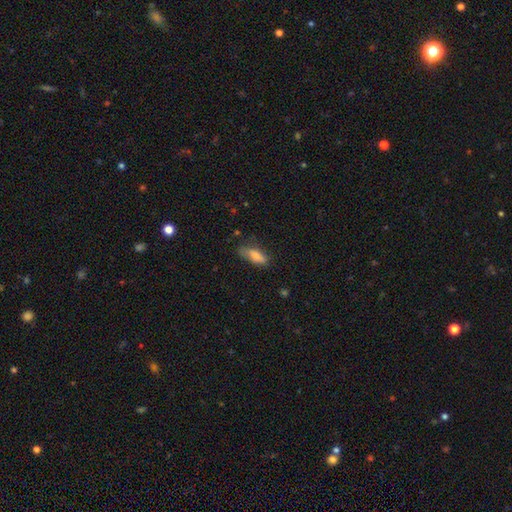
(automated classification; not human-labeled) Q: Smooth or featured?
A: smooth (75%); runner-up: featured or disk (17%)
Q: How rounded?
A: in between (65%); runner-up: cigar-shaped (33%)
Q: Merging?
A: none (63%); runner-up: minor disturbance (27%)